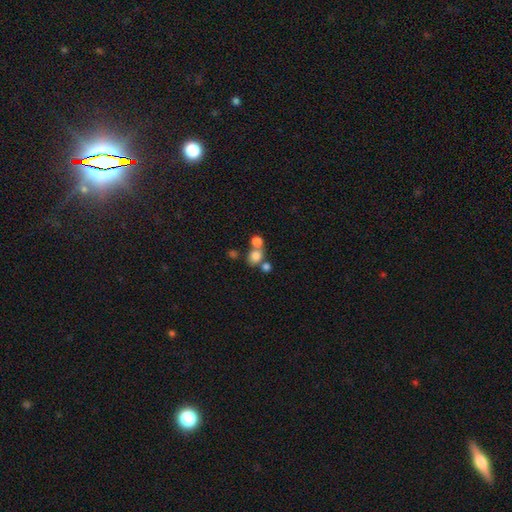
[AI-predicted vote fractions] smooth_or_featured: smooth (p=0.78) [alt: star or artifact p=0.13]
how_rounded: round (p=0.74) [alt: in between p=0.25]
merging: none (p=0.46) [alt: merger p=0.43]